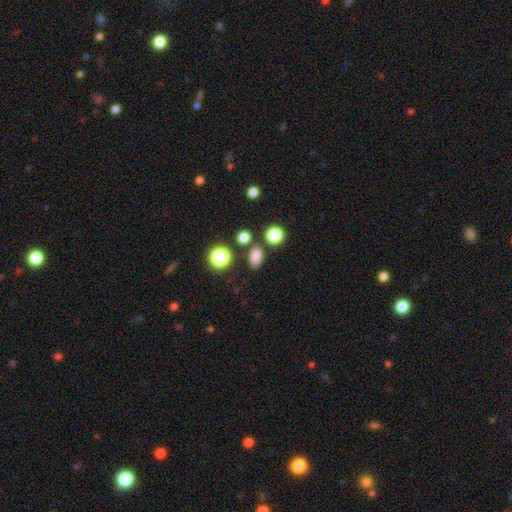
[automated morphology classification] Smooth or featured: smooth — 78% (star or artifact — 16%)
How rounded: in between — 72% (round — 25%)
Merging: none — 79% (minor disturbance — 10%)